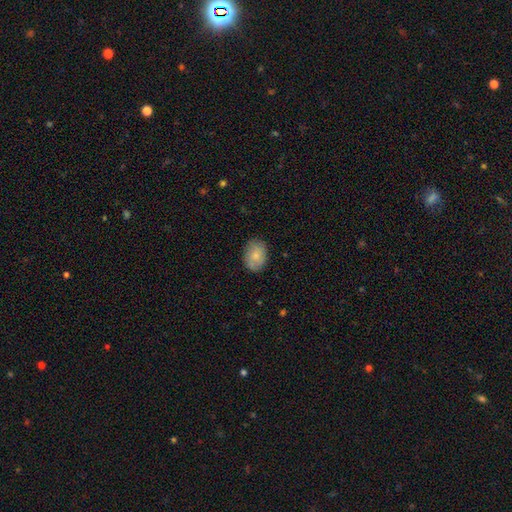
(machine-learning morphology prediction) Smooth or featured? Predicted: smooth (p=0.77). How rounded? Predicted: in between (p=0.71). Merging? Predicted: none (p=0.82).